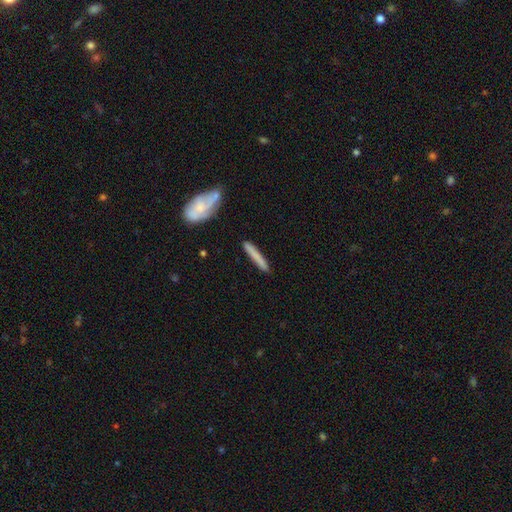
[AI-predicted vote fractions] Smooth or featured? smooth (71%)
How rounded? cigar-shaped (95%)
Merging? none (85%)